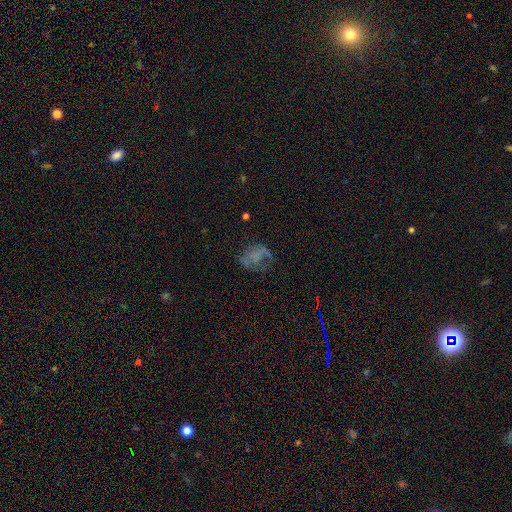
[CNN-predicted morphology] Smooth or featured?
  - smooth: 42% *
  - featured or disk: 38%
  - star or artifact: 20%
Merging?
  - none: 42% *
  - major disturbance: 31%
  - minor disturbance: 23%
  - merger: 3%